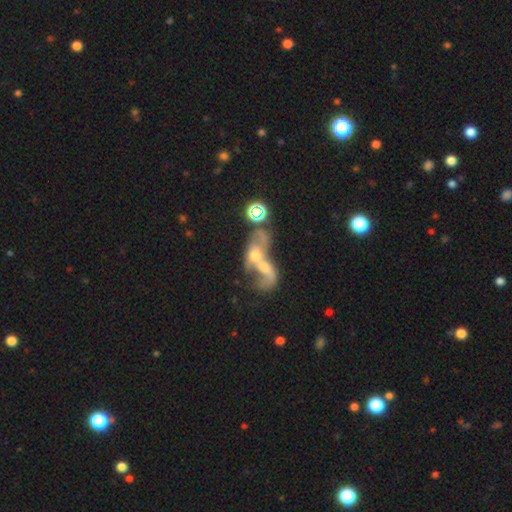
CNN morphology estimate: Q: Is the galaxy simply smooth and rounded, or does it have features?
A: featured or disk — 52%.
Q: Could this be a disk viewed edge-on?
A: no — 93%.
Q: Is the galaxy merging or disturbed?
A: merger — 76%.